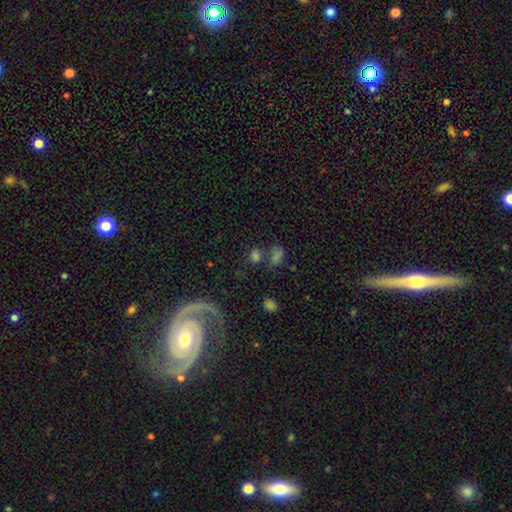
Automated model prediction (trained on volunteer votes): Q: Smooth or featured?
A: smooth (61%); runner-up: star or artifact (23%)
Q: How rounded?
A: round (52%); runner-up: in between (45%)
Q: Merging?
A: none (54%); runner-up: merger (24%)